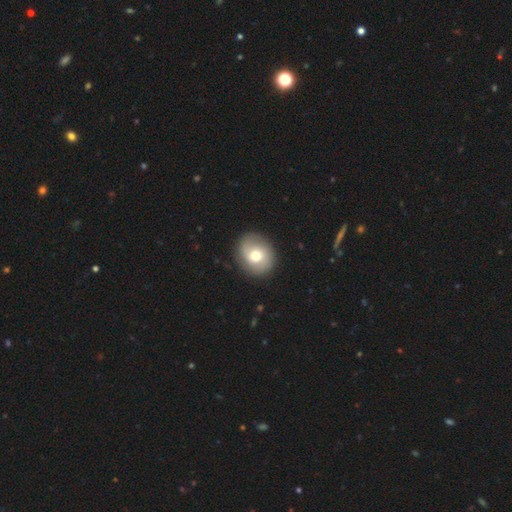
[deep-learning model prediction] smooth-or-featured: smooth: 60% | featured or disk: 33% | star or artifact: 8%
  how-rounded: round: 73% | in between: 26% | cigar-shaped: 1%
  merging: none: 85% | minor disturbance: 10% | major disturbance: 3% | merger: 1%